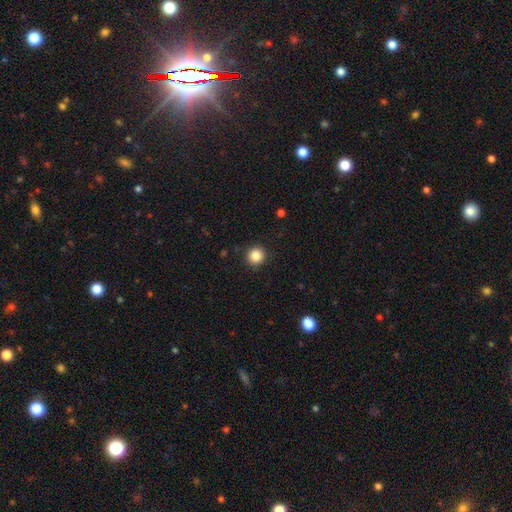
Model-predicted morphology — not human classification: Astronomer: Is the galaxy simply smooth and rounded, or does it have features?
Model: smooth — 85%.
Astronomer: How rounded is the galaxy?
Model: round — 95%.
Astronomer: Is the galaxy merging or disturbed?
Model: none — 91%.